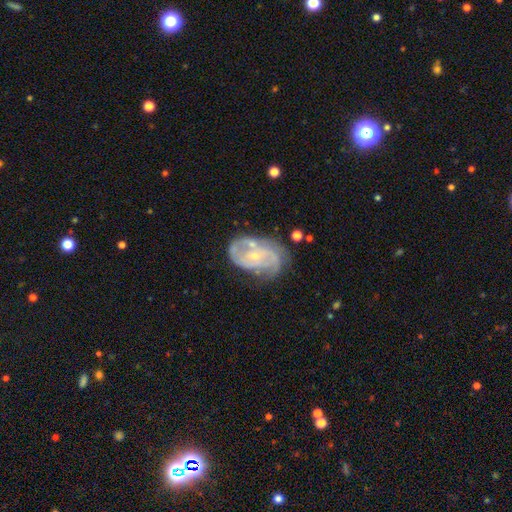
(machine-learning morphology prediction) smooth_or_featured: featured or disk (p=0.81) [alt: smooth p=0.13]
disk_edge_on: no (p=0.97) [alt: yes p=0.03]
bar: no (p=0.62) [alt: weak p=0.31]
has_spiral_arms: yes (p=0.89) [alt: no p=0.11]
spiral_winding: tight (p=0.43) [alt: medium p=0.41]
spiral_arm_count: 2 (p=0.43) [alt: can't tell p=0.28]
bulge_size: small (p=0.76) [alt: moderate p=0.20]
merging: none (p=0.52) [alt: minor disturbance p=0.26]